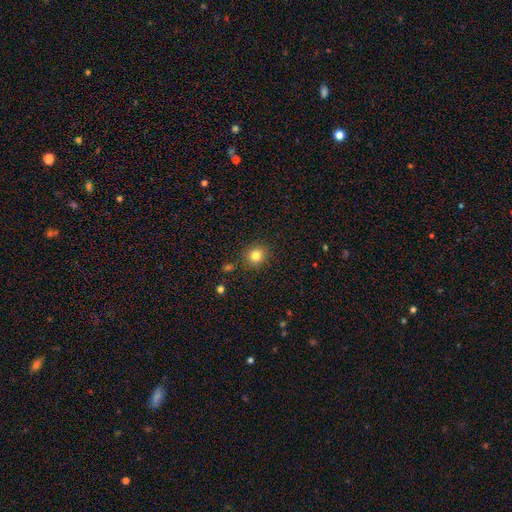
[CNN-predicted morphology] Smooth or featured?
  - smooth: 81% *
  - star or artifact: 12%
  - featured or disk: 6%
How rounded?
  - round: 86% *
  - in between: 13%
  - cigar-shaped: 1%
Merging?
  - none: 88% *
  - minor disturbance: 7%
  - major disturbance: 2%
  - merger: 2%